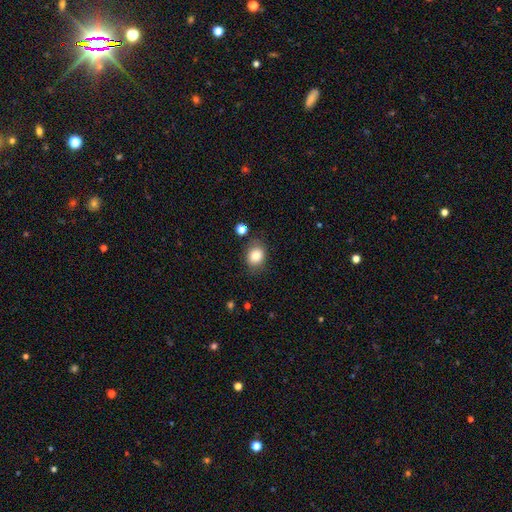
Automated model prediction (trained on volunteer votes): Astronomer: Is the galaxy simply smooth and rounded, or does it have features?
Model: smooth — 83%.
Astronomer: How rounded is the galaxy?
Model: round — 50% (runner-up: in between, 49%).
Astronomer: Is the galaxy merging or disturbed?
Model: none — 77%.